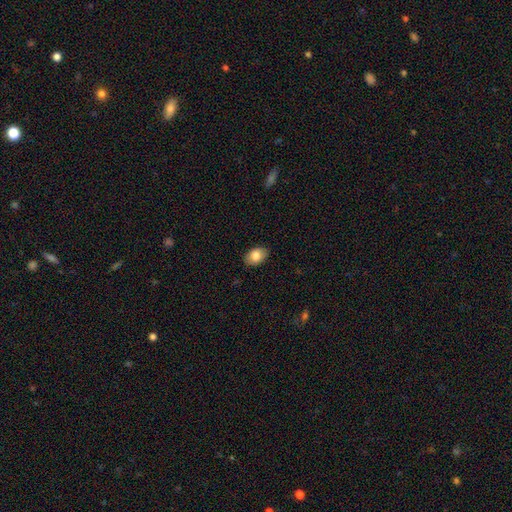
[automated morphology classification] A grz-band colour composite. It shows a smooth galaxy with no disk features (83%) that is in between round and cigar-shaped (85%). Merging: none (87%).